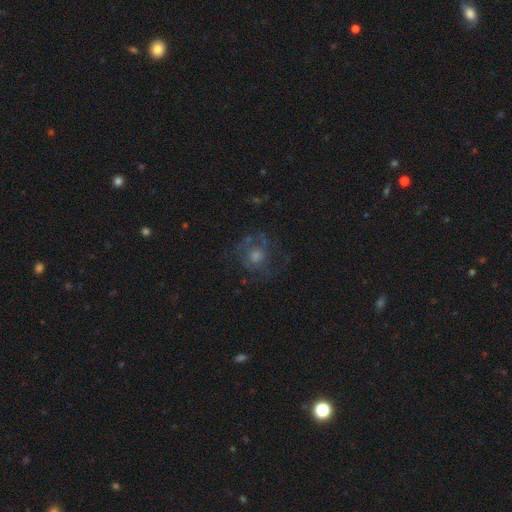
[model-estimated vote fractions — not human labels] Q: Smooth or featured?
A: featured or disk (52%); runner-up: smooth (29%)
Q: Edge-on disk?
A: no (97%); runner-up: yes (3%)
Q: Bar?
A: no (81%); runner-up: weak (16%)
Q: Spiral arms?
A: yes (59%); runner-up: no (41%)
Q: Bulge size?
A: moderate (50%); runner-up: small (23%)
Q: Merging?
A: none (66%); runner-up: major disturbance (16%)